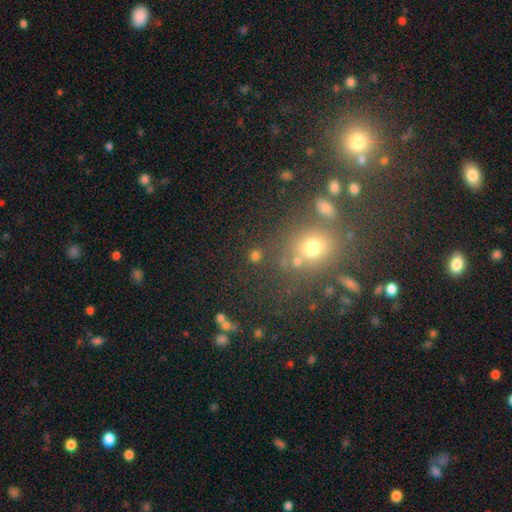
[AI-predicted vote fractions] This is likely a smooth galaxy (68%). How rounded: clearly round (85%). Merging: likely none (76%).